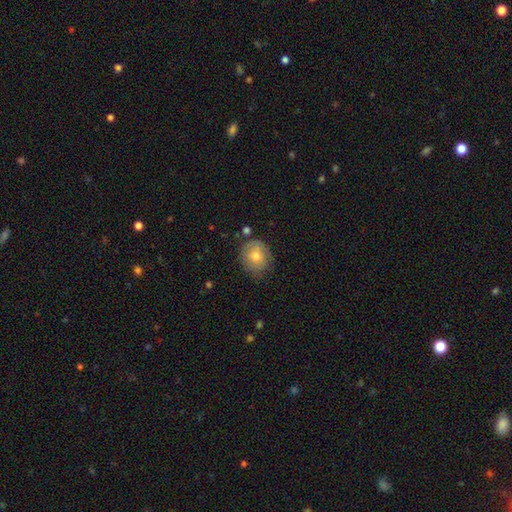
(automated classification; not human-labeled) This is likely a smooth galaxy (65%). How rounded: likely round (68%). Merging: likely none (70%).